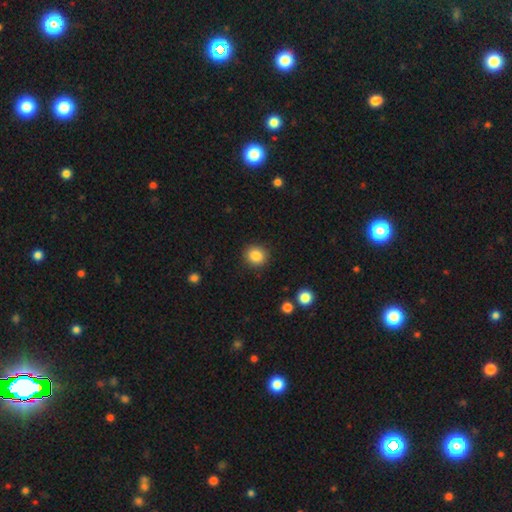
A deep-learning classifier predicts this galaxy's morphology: The model was most divided on "how rounded": round: 88%, in between: 11%, cigar-shaped: 1%. More confident: merging — none (90%); smooth or featured — smooth (86%).